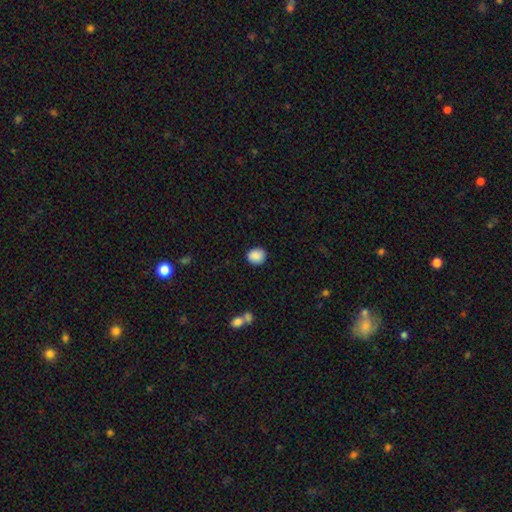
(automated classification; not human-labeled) This appears to be a smooth galaxy with no disk features (89%) that is round (76%). Merging: none (87%).